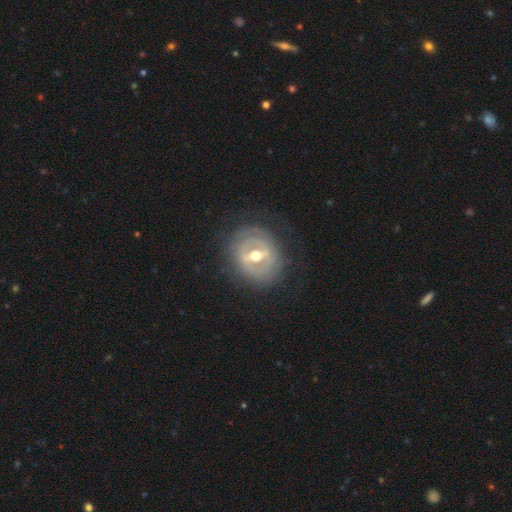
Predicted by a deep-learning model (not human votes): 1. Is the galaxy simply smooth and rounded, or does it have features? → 80% featured or disk, 15% smooth, 6% star or artifact.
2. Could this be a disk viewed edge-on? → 92% no, 8% yes.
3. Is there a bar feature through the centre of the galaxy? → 58% strong, 31% weak, 12% no.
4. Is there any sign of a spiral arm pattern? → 52% no, 48% yes.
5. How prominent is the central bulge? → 76% moderate, 15% small, 8% large, 1% dominant, 1% none.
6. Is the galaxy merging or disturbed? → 78% none, 14% minor disturbance, 7% major disturbance, 1% merger.